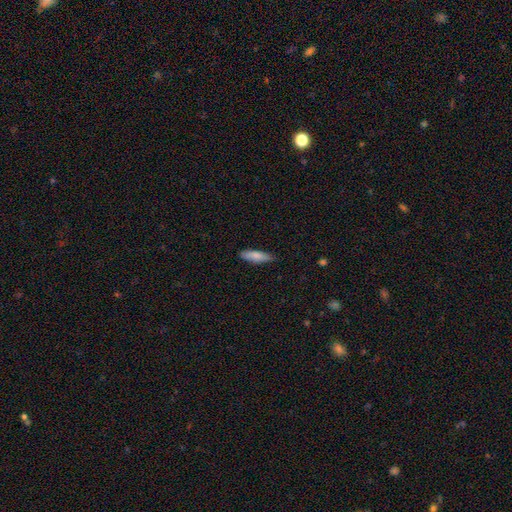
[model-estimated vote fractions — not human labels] Smooth or featured?
  - smooth: 82% *
  - featured or disk: 12%
  - star or artifact: 6%
How rounded?
  - cigar-shaped: 53% *
  - in between: 45%
  - round: 2%
Merging?
  - none: 80% *
  - minor disturbance: 16%
  - major disturbance: 2%
  - merger: 1%